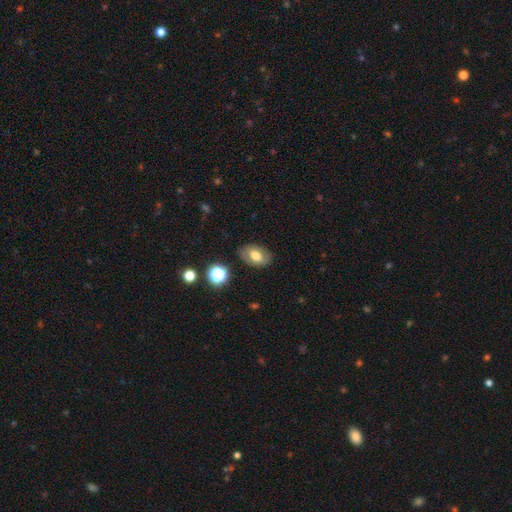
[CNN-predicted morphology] Smooth or featured? Predicted: smooth (p=0.66). How rounded? Predicted: in between (p=0.85). Merging? Predicted: none (p=0.81).